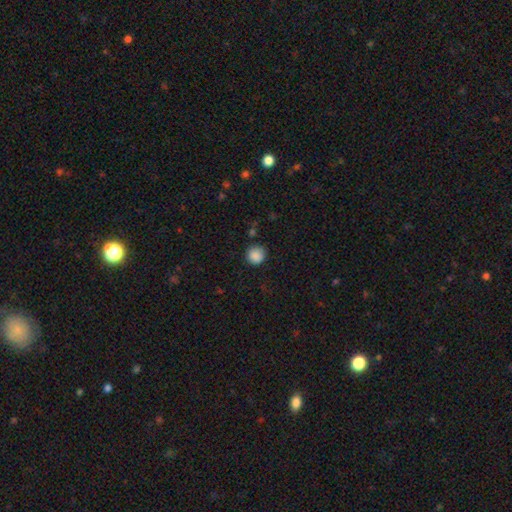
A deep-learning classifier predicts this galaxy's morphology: Smooth or featured? smooth (87%)
How rounded? round (93%)
Merging? none (84%)